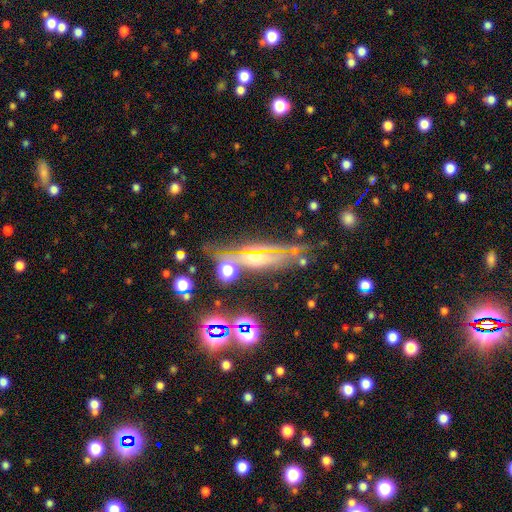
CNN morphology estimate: Smooth or featured: featured or disk — 46% (star or artifact — 28%)
Merging: none — 75% (minor disturbance — 13%)